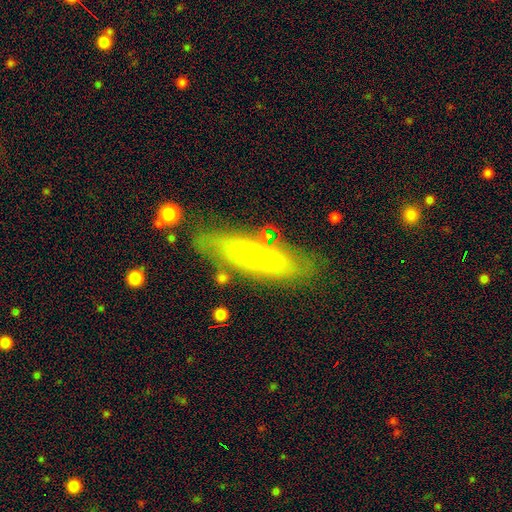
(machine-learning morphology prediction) type=smooth (52%); roundness=cigar-shaped (62%); merging=none (72%).